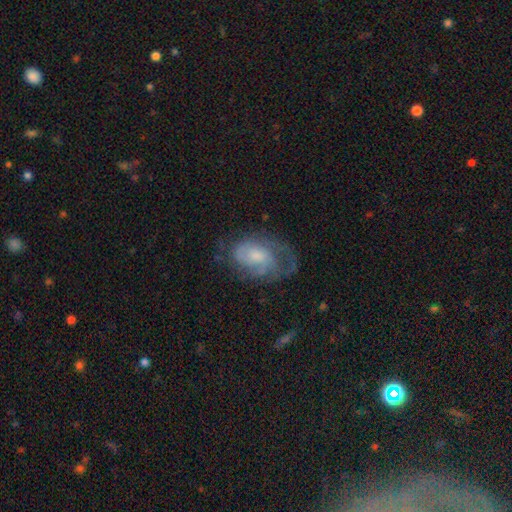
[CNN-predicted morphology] smooth-or-featured: featured or disk: 68% | smooth: 24% | star or artifact: 7%
  disk-edge-on: no: 96% | yes: 4%
    bar: no: 65% | weak: 31% | strong: 5%
    has-spiral-arms: yes: 84% | no: 16%
      spiral-winding: tight: 43% | medium: 40% | loose: 17%
      spiral-arm-count: 2: 37% | can't tell: 31% | 1: 18% | 3: 9% | 4: 3% | more than 4: 2%
    bulge-size: moderate: 42% | small: 38% | none: 10% | large: 8% | dominant: 2%
  merging: none: 51% | minor disturbance: 24% | major disturbance: 23% | merger: 2%